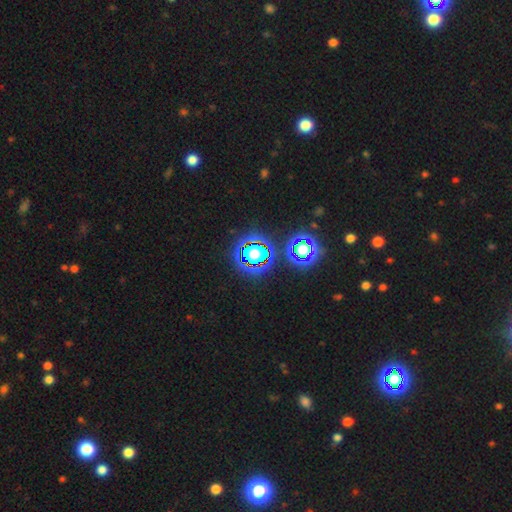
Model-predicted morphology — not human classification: A star or artifact, not a galaxy (76%).